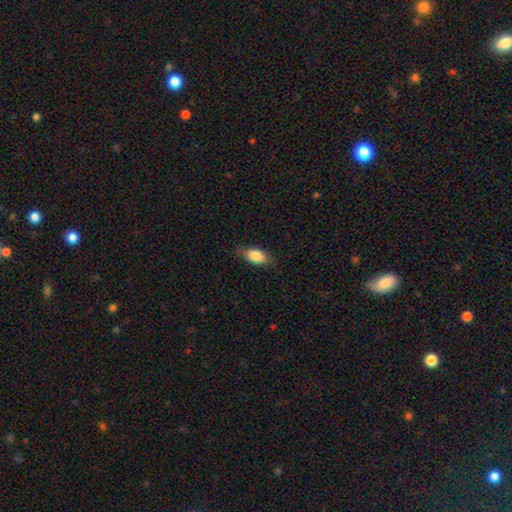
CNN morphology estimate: A smooth galaxy with no disk features (83%) that is in between round and cigar-shaped (88%). Merging: none (81%).